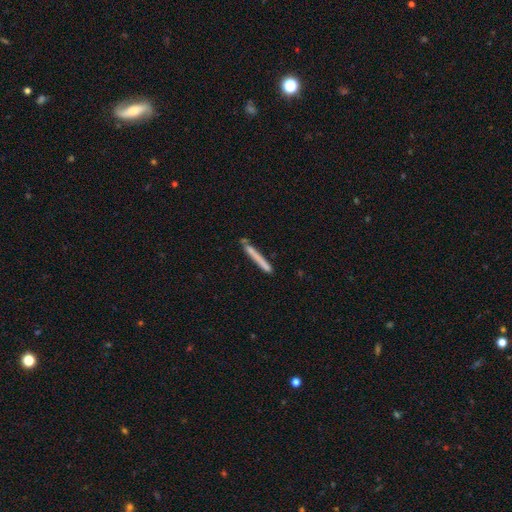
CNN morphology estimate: A smooth galaxy with no disk features (64%) that is cigar-shaped (96%). Merging: none (75%).